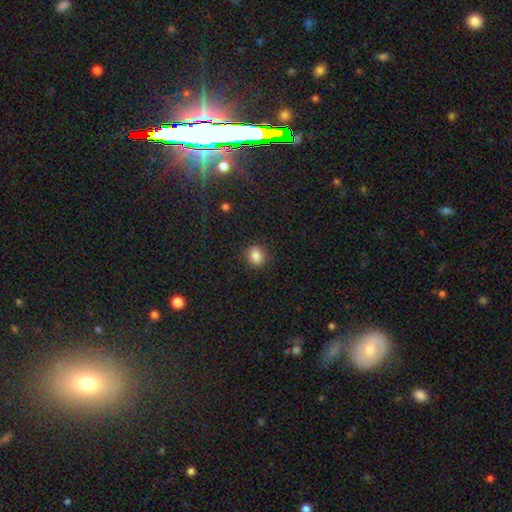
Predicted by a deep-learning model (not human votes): This appears to be a smooth galaxy with no disk features (85%) that is round (69%). Merging: none (88%).